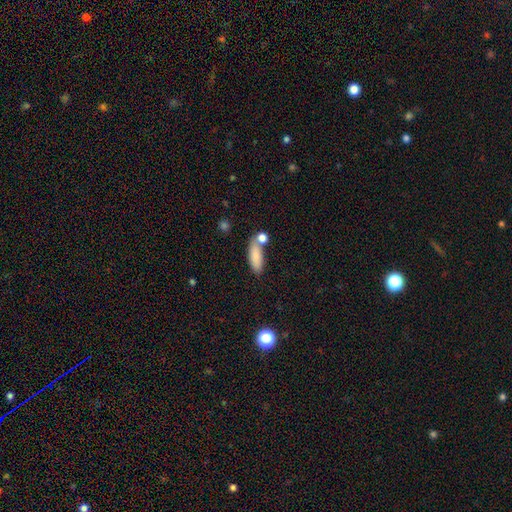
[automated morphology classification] This is clearly a smooth galaxy (83%). How rounded: likely in between (67%). Merging: possibly none (58%).